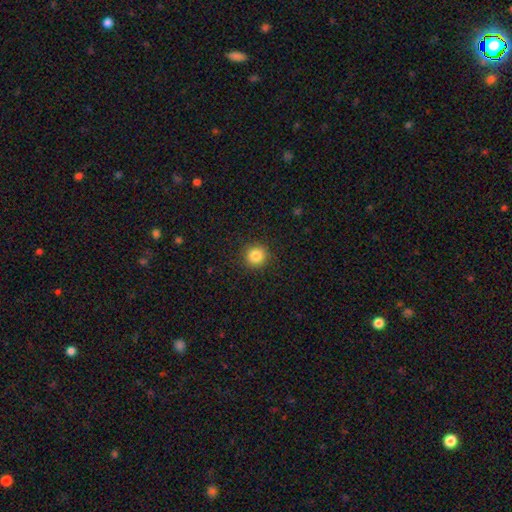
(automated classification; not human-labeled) smooth 85%, star or artifact 11%, featured or disk 4%. Down the decision tree: how rounded — round (94%); merging — none (91%).